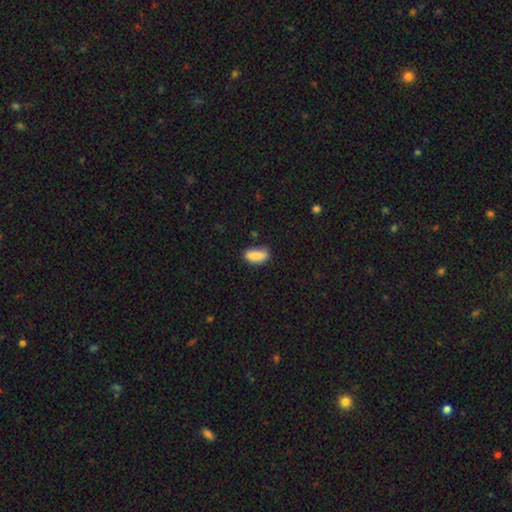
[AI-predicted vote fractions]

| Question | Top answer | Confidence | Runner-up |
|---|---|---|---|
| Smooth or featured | smooth | 87% | star or artifact (8%) |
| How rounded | in between | 81% | cigar-shaped (16%) |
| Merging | none | 67% | minor disturbance (24%) |